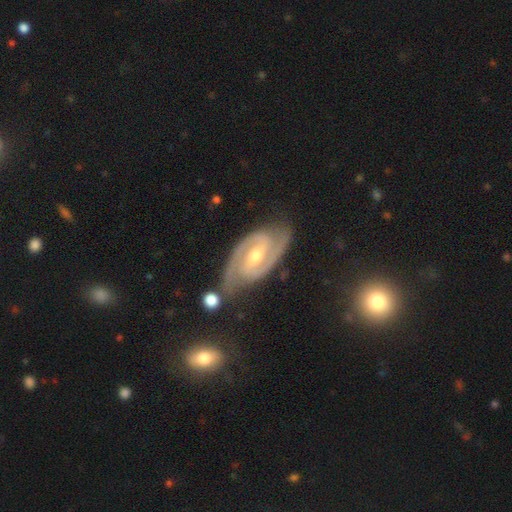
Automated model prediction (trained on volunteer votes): This is clearly a featured or disk galaxy (92%). It is clearly not viewed edge-on (97%). Bar: possibly weak (45%). Spiral arm pattern: clearly yes (98%). Spiral arm count: clearly 2 (92%). Spiral winding: possibly tight (49%). Central bulge: likely moderate (62%). Merging: likely none (75%).